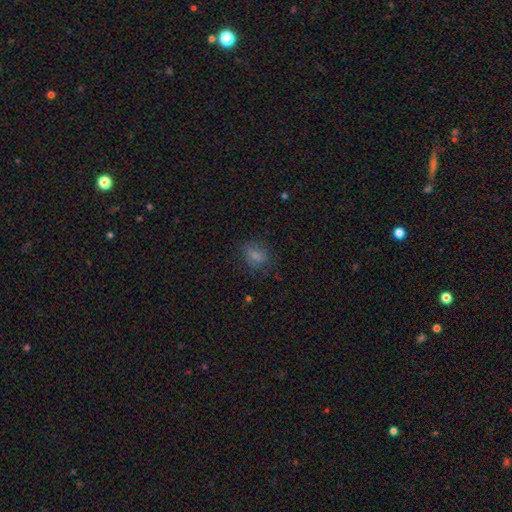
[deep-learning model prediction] Q: Smooth or featured?
A: smooth (76%); runner-up: star or artifact (12%)
Q: How rounded?
A: in between (55%); runner-up: round (43%)
Q: Merging?
A: none (72%); runner-up: minor disturbance (18%)